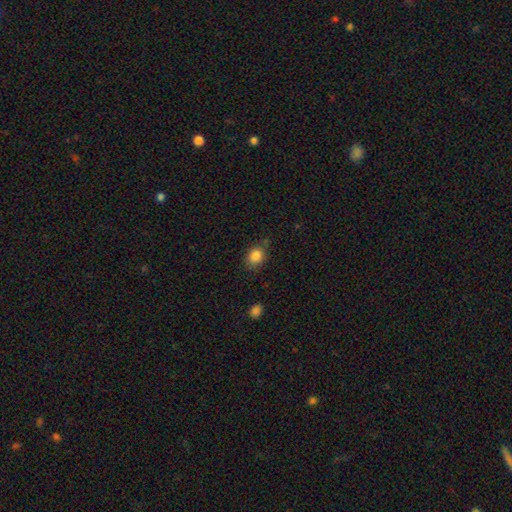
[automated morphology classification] smooth_or_featured: smooth (p=0.85) [alt: star or artifact p=0.10]
how_rounded: round (p=0.55) [alt: in between p=0.44]
merging: none (p=0.77) [alt: minor disturbance p=0.16]